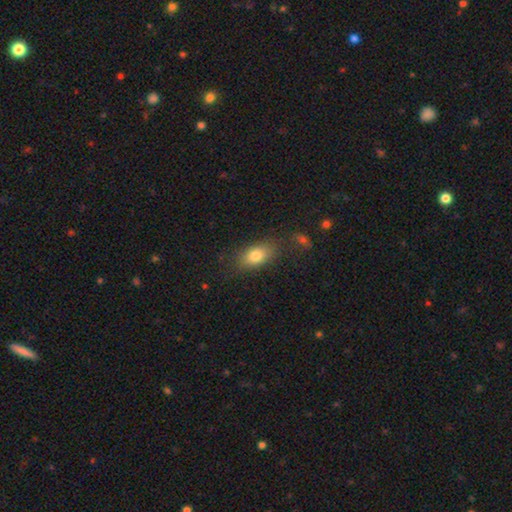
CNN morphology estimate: This is likely a smooth galaxy (80%). How rounded: clearly in between (84%). Merging: likely none (75%).